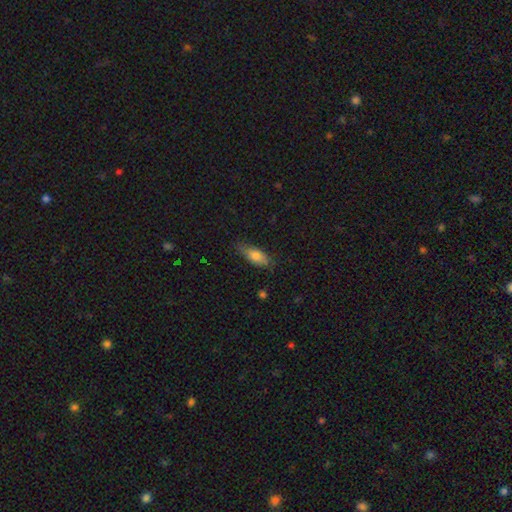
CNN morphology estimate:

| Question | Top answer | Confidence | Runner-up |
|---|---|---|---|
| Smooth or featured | smooth | 74% | featured or disk (19%) |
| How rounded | in between | 78% | cigar-shaped (19%) |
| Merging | none | 66% | minor disturbance (27%) |